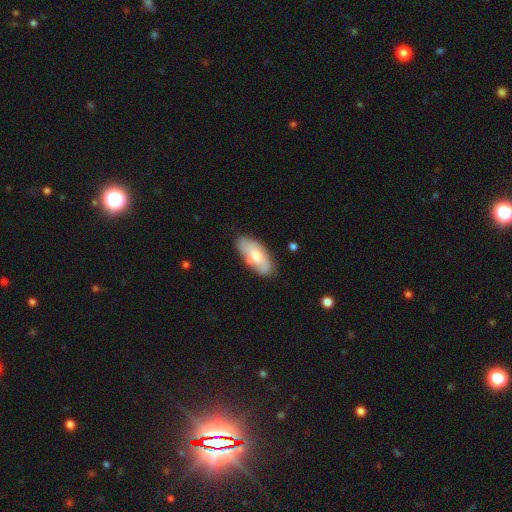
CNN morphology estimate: This appears to be a smooth galaxy with no disk features (66%) that is in between round and cigar-shaped (87%). Merging: none (73%).